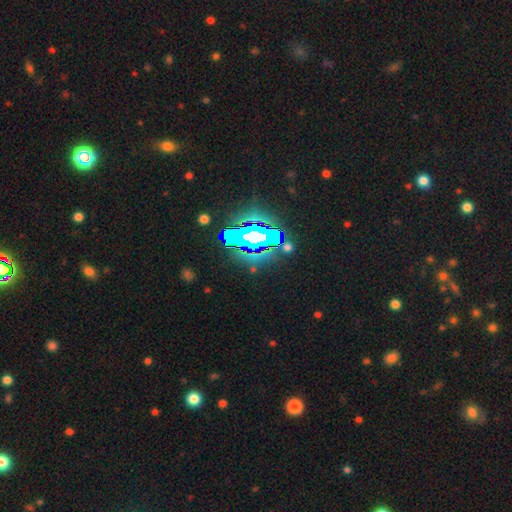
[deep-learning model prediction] A star or artifact, not a galaxy (78%).

Vote fractions:
- Smooth or featured? star or artifact: 78% / smooth: 12% / featured or disk: 10%